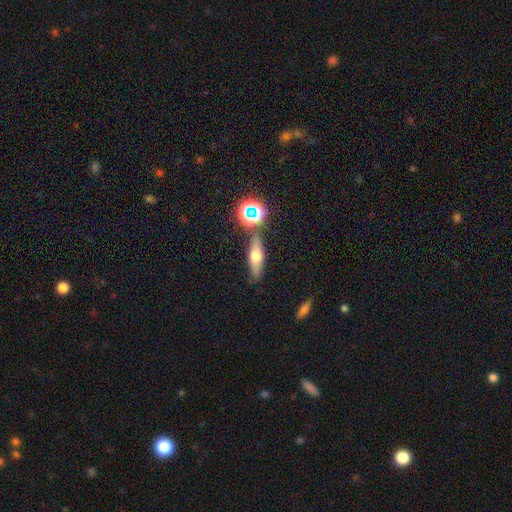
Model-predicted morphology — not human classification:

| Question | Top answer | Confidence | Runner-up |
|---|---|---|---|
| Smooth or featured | smooth | 49% | featured or disk (37%) |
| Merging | none | 77% | minor disturbance (11%) |